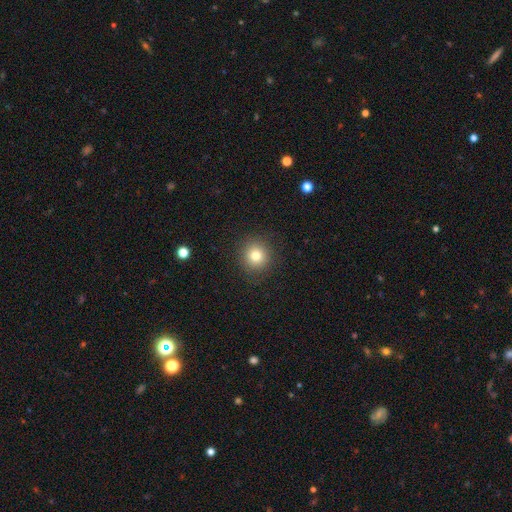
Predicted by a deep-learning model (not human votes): A smooth galaxy with no disk features (80%) that is round (92%).

Vote fractions:
- Smooth or featured? smooth: 80% / star or artifact: 12% / featured or disk: 8%
- How rounded? round: 92% / in between: 7% / cigar-shaped: 1%
- Merging? none: 90% / minor disturbance: 6% / major disturbance: 3% / merger: 1%